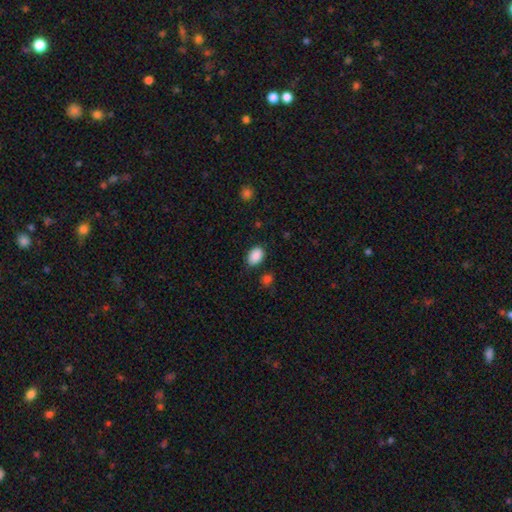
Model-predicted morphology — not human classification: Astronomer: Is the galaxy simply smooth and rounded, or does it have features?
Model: smooth — 89%.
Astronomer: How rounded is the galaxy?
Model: in between — 83%.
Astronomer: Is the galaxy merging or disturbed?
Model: none — 82%.